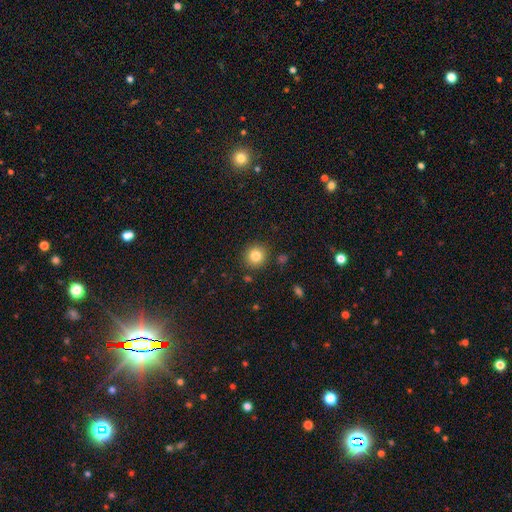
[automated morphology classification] Overall: smooth (82%). How rounded: round (91%). Merging: none (88%).